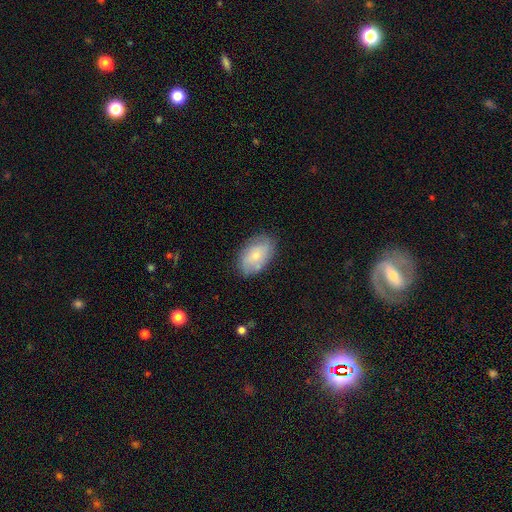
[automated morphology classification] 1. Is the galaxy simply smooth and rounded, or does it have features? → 66% smooth, 27% featured or disk, 7% star or artifact.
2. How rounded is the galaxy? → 91% in between, 8% round, 2% cigar-shaped.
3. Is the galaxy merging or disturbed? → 76% none, 17% minor disturbance, 4% major disturbance, 2% merger.